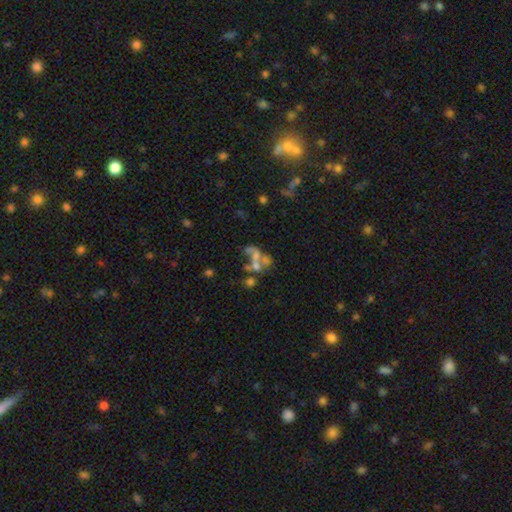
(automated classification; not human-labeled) featured or disk 51%, smooth 31%, star or artifact 18%. Down the decision tree: edge-on disk — no (98%); merging — merger (53%).